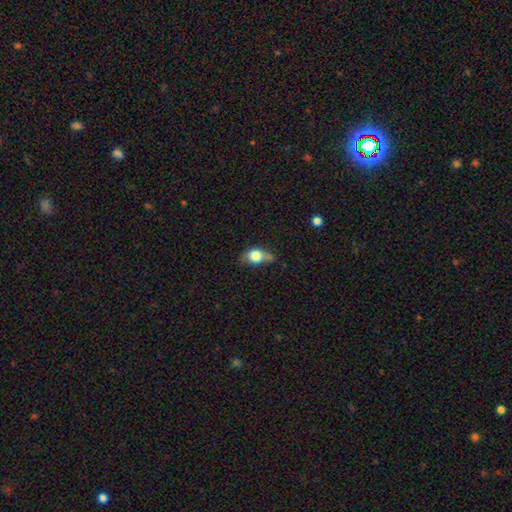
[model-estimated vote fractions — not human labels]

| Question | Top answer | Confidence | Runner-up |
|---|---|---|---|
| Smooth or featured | smooth | 72% | featured or disk (19%) |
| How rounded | in between | 66% | round (29%) |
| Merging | minor disturbance | 40% | none (38%) |